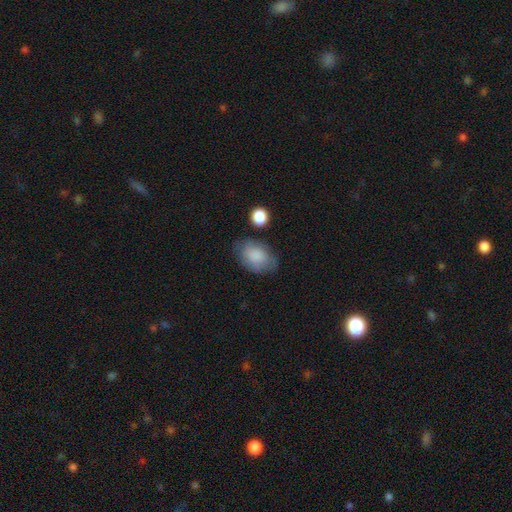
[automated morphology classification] smooth_or_featured: smooth (p=0.79) [alt: featured or disk p=0.13]
how_rounded: in between (p=0.82) [alt: round p=0.16]
merging: none (p=0.59) [alt: minor disturbance p=0.27]